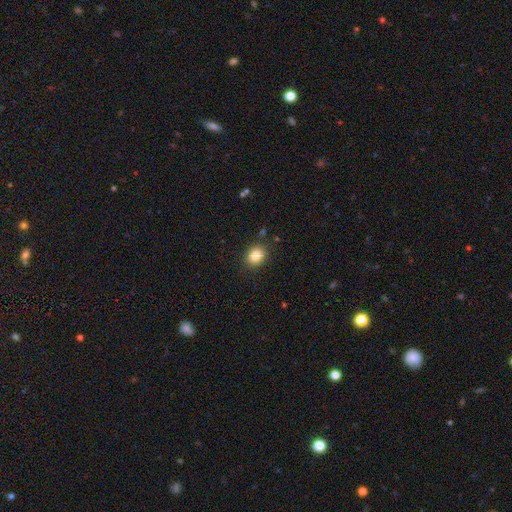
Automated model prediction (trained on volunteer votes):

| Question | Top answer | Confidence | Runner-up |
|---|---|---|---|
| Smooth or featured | smooth | 83% | star or artifact (10%) |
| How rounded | round | 56% | in between (43%) |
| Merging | none | 88% | minor disturbance (8%) |